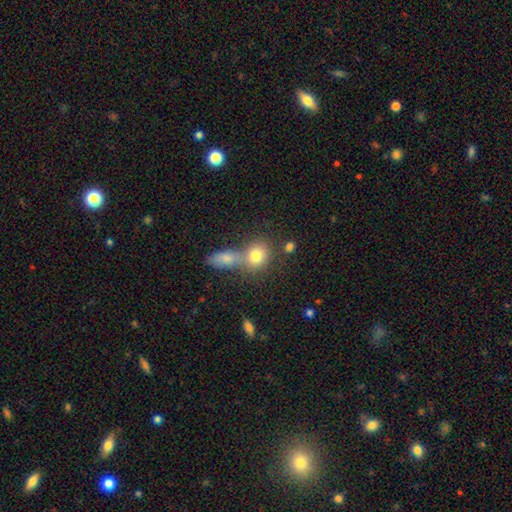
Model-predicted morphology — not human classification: Smooth or featured? smooth (79%)
How rounded? round (66%)
Merging? none (44%)